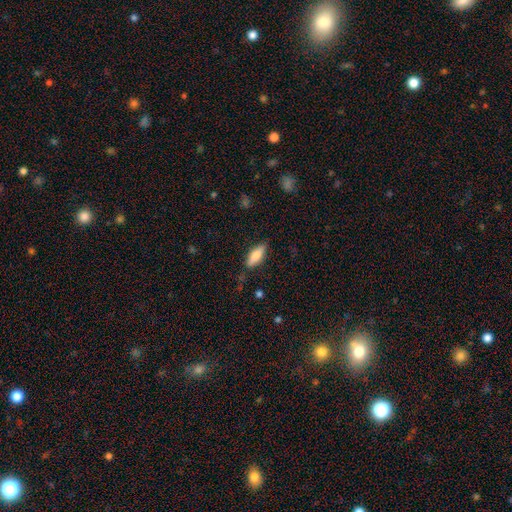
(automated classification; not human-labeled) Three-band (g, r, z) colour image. It shows a smooth galaxy with no disk features (78%) that is in between round and cigar-shaped (64%). Merging: none (82%).